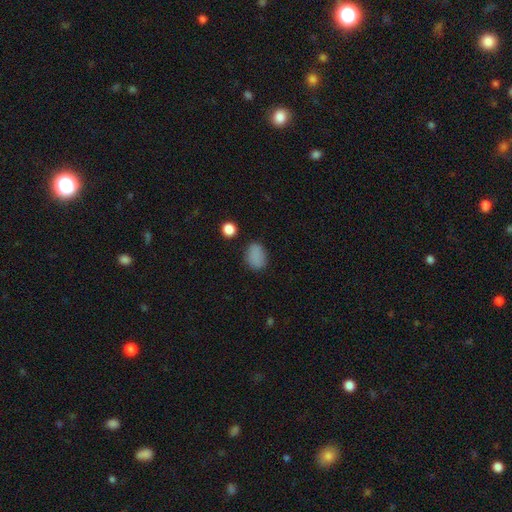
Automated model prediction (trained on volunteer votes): A smooth galaxy with no disk features (84%) that is in between round and cigar-shaped (69%).

Vote fractions:
- Smooth or featured? smooth: 84% / star or artifact: 12% / featured or disk: 5%
- How rounded? in between: 69% / round: 29% / cigar-shaped: 1%
- Merging? none: 78% / minor disturbance: 15% / major disturbance: 4% / merger: 3%